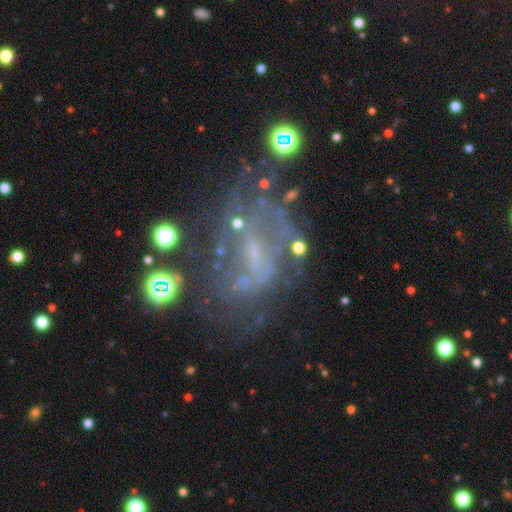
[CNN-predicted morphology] featured or disk 70%, star or artifact 17%, smooth 13%. Down the decision tree: edge-on disk — no (97%); bar — no (42%); spiral arms — yes (51%); bulge size — none (42%); merging — none (45%).